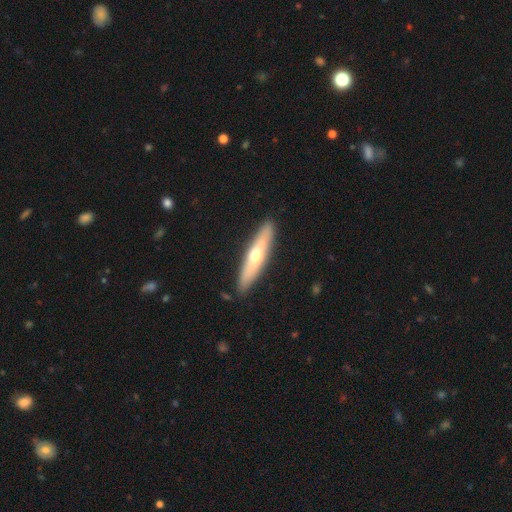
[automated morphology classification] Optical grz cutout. It shows a smooth galaxy with no disk features (48%). Merging: none (90%).